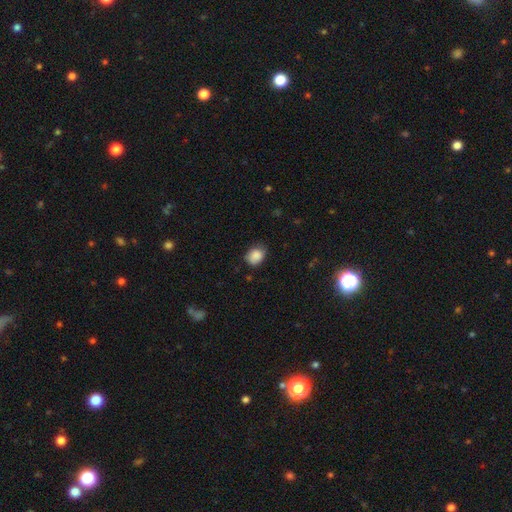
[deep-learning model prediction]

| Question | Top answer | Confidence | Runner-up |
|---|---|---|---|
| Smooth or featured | smooth | 86% | star or artifact (8%) |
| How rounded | in between | 54% | round (45%) |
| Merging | none | 66% | minor disturbance (27%) |